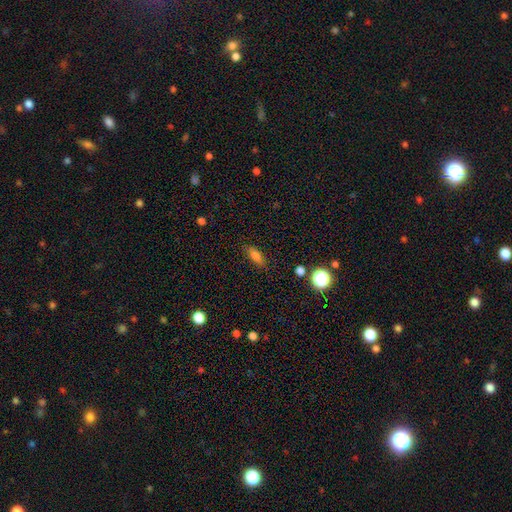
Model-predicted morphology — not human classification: Q: Smooth or featured?
A: smooth (80%); runner-up: star or artifact (12%)
Q: How rounded?
A: in between (71%); runner-up: cigar-shaped (23%)
Q: Merging?
A: none (83%); runner-up: minor disturbance (12%)